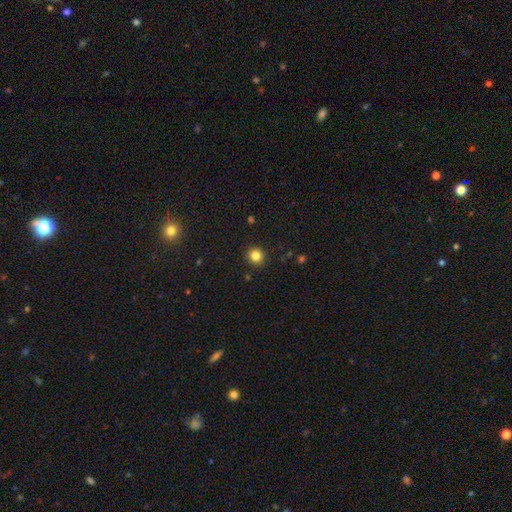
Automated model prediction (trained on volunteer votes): smooth_or_featured: smooth (p=0.83) [alt: star or artifact p=0.12]
how_rounded: round (p=0.91) [alt: in between p=0.08]
merging: none (p=0.91) [alt: minor disturbance p=0.06]